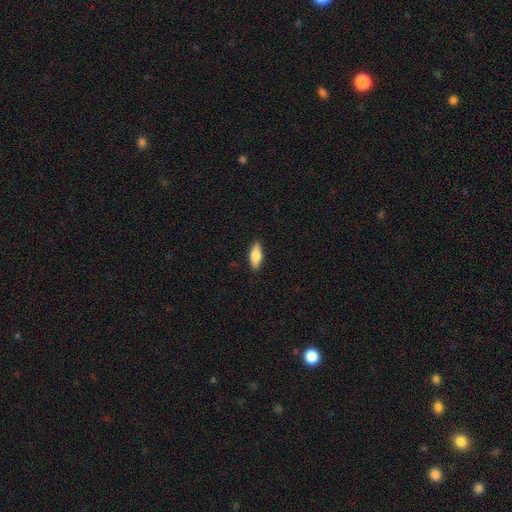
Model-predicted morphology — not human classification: smooth 76%, featured or disk 18%, star or artifact 6%. Down the decision tree: how rounded — in between (72%); merging — none (88%).